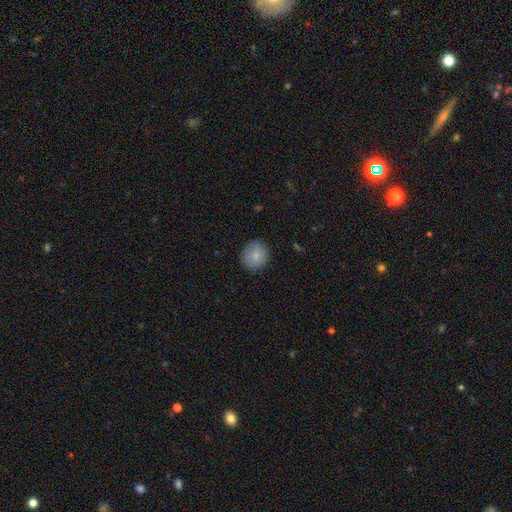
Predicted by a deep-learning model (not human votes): This appears to be a smooth galaxy with no disk features (84%) that is round (86%). Merging: none (87%).